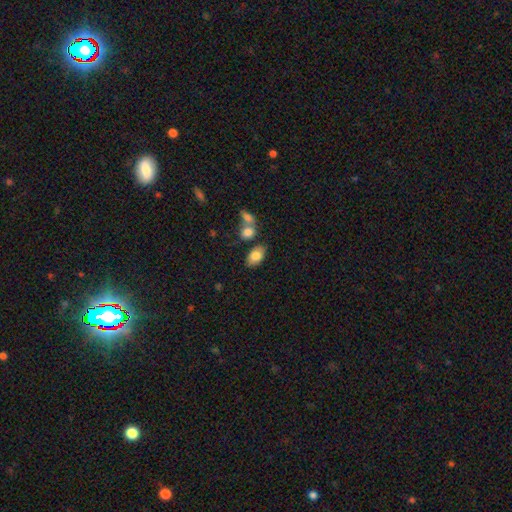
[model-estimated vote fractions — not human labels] smooth_or_featured: smooth (p=0.81) [alt: featured or disk p=0.12]
how_rounded: in between (p=0.91) [alt: round p=0.07]
merging: none (p=0.70) [alt: merger p=0.14]